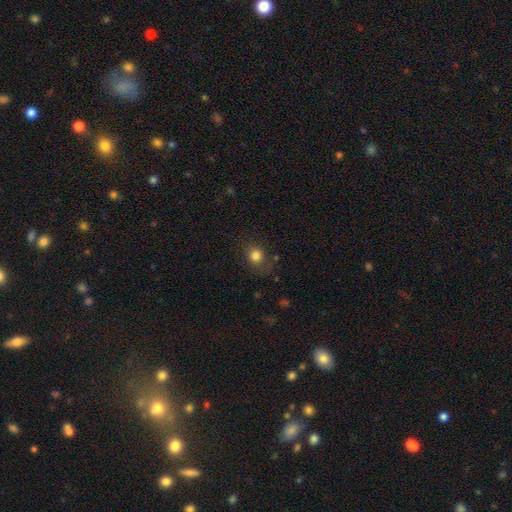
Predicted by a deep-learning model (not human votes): The model was most divided on "how rounded": round: 71%, in between: 28%, cigar-shaped: 1%. More confident: smooth or featured — smooth (81%); merging — none (70%).